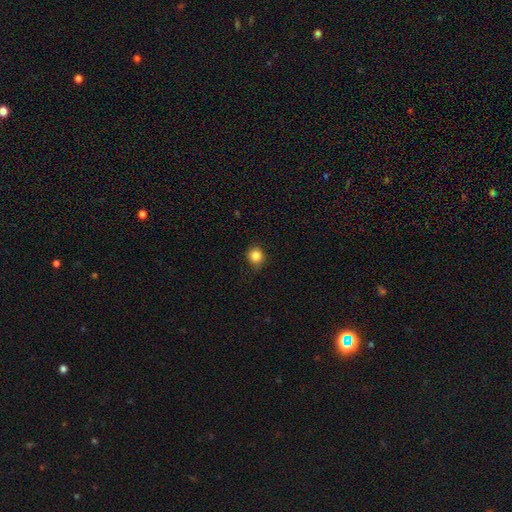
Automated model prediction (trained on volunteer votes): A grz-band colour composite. It shows a smooth galaxy with no disk features (85%) that is round (87%). Merging: none (82%).